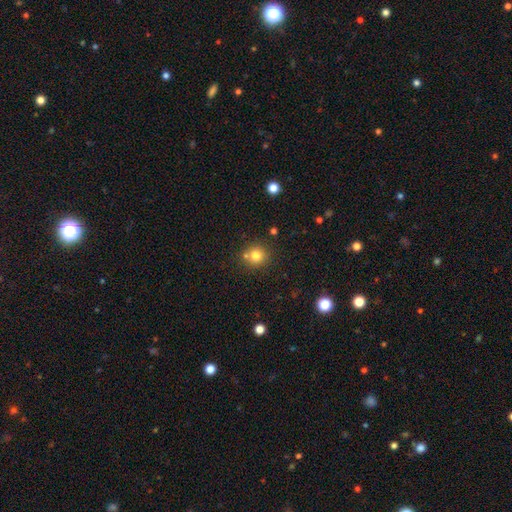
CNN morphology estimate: Q: Smooth or featured?
A: smooth (79%); runner-up: star or artifact (13%)
Q: How rounded?
A: round (91%); runner-up: in between (8%)
Q: Merging?
A: none (72%); runner-up: merger (16%)